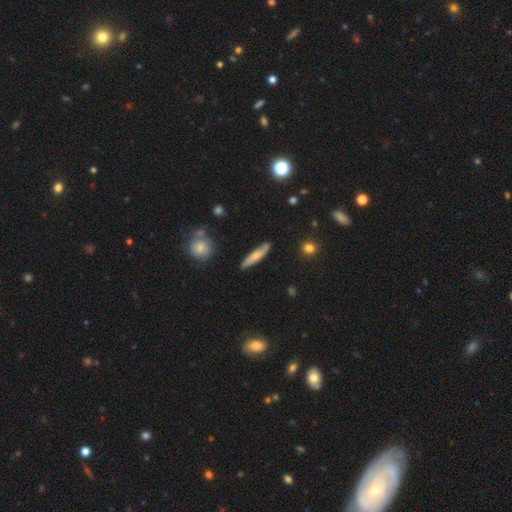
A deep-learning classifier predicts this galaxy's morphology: smooth 60%, featured or disk 35%, star or artifact 6%. Down the decision tree: how rounded — cigar-shaped (85%); merging — none (80%).